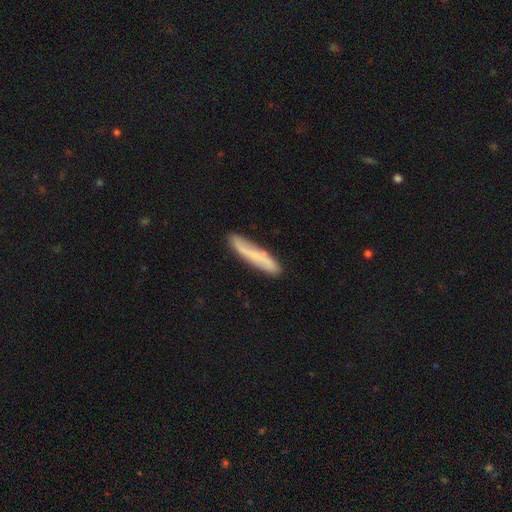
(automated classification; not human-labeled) Smooth or featured? Predicted: smooth (p=0.53). How rounded? Predicted: cigar-shaped (p=0.90). Merging? Predicted: none (p=0.78).